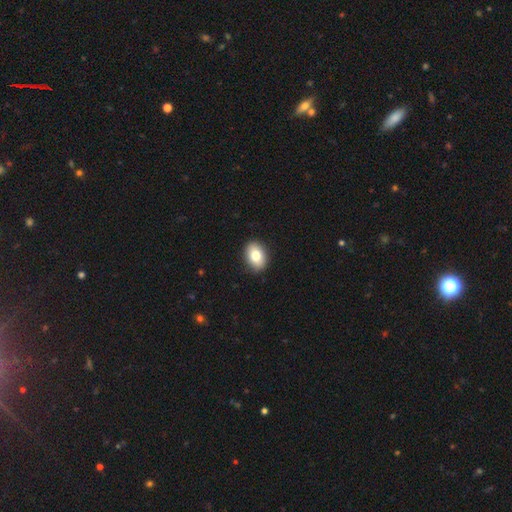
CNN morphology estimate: A smooth galaxy with no disk features (80%) that is in between round and cigar-shaped (77%).

Vote fractions:
- Smooth or featured? smooth: 80% / featured or disk: 12% / star or artifact: 8%
- How rounded? in between: 77% / round: 22% / cigar-shaped: 1%
- Merging? none: 89% / minor disturbance: 8% / major disturbance: 2% / merger: 1%